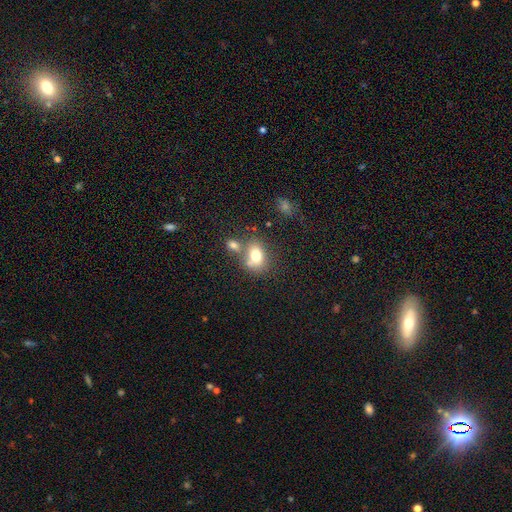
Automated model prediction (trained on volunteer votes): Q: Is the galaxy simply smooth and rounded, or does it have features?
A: smooth — 75%.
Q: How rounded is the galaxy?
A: in between — 61%.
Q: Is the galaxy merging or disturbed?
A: none — 45%.